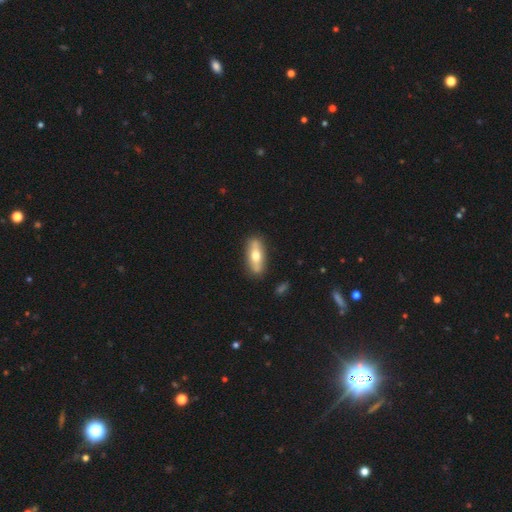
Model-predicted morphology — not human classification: A smooth galaxy with no disk features (54%) that is in between round and cigar-shaped (64%).

Vote fractions:
- Smooth or featured? smooth: 54% / featured or disk: 40% / star or artifact: 6%
- How rounded? in between: 64% / cigar-shaped: 33% / round: 3%
- Merging? none: 84% / minor disturbance: 11% / major disturbance: 2% / merger: 2%